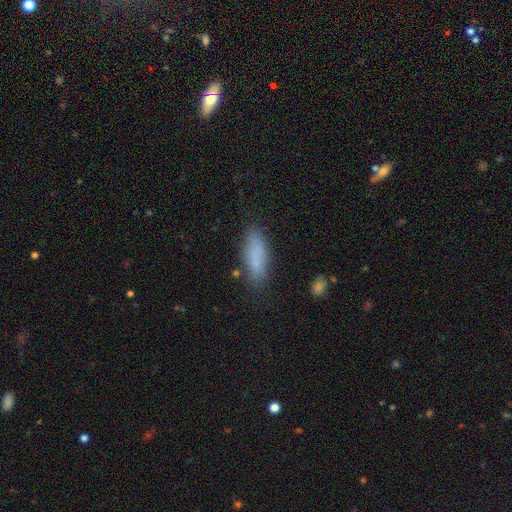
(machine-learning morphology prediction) This is clearly a smooth galaxy (82%). How rounded: possibly in between (54%). Merging: clearly none (81%).